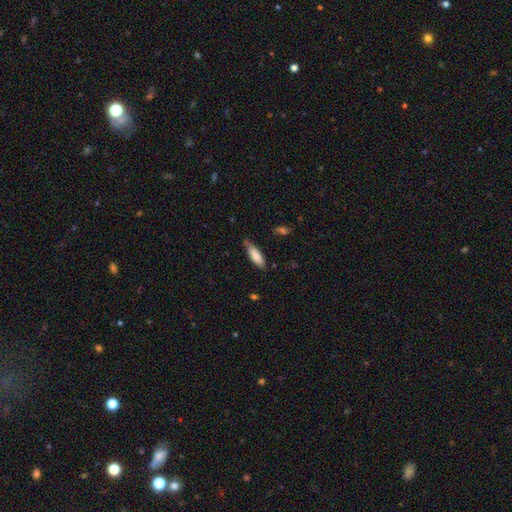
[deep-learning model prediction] smooth 82%, featured or disk 12%, star or artifact 6%. Down the decision tree: how rounded — in between (56%); merging — none (70%).